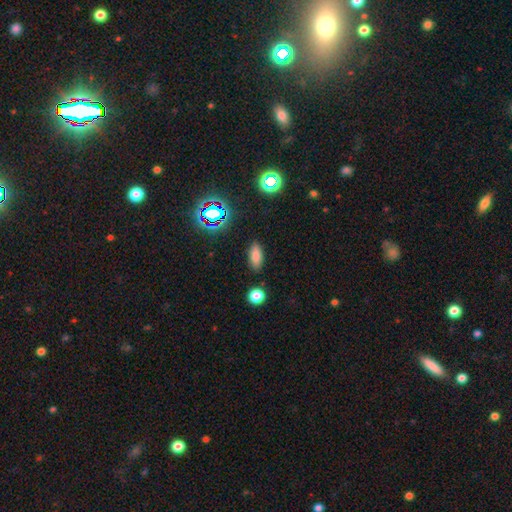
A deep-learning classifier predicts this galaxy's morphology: This appears to be a smooth galaxy with no disk features (79%) that is in between round and cigar-shaped (82%). Merging: none (86%).